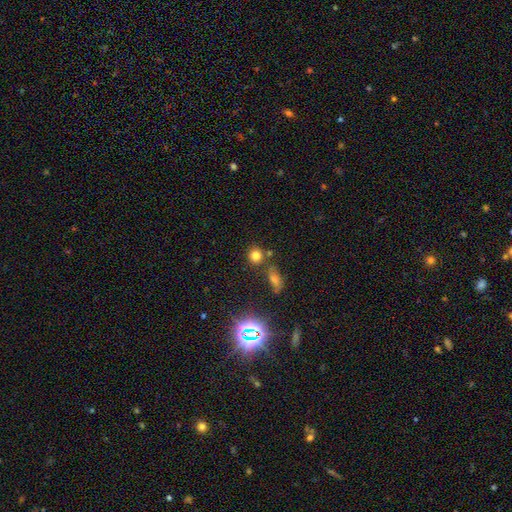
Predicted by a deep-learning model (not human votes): smooth-or-featured: smooth: 73% | star or artifact: 20% | featured or disk: 7%
  how-rounded: round: 85% | in between: 14% | cigar-shaped: 2%
  merging: none: 73% | merger: 14% | minor disturbance: 10% | major disturbance: 4%